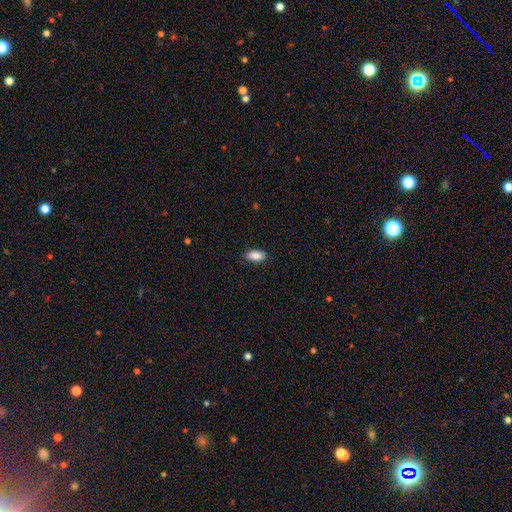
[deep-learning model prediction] smooth_or_featured: smooth (p=0.89) [alt: star or artifact p=0.07]
how_rounded: in between (p=0.91) [alt: cigar-shaped p=0.06]
merging: none (p=0.87) [alt: minor disturbance p=0.10]